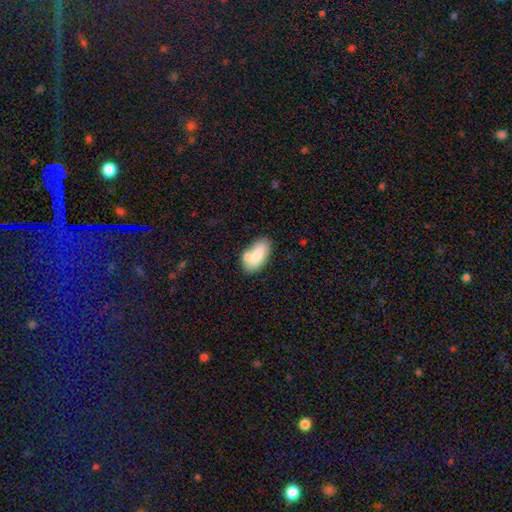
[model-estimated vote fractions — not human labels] Smooth or featured? Predicted: smooth (p=0.75). How rounded? Predicted: in between (p=0.93). Merging? Predicted: none (p=0.54).